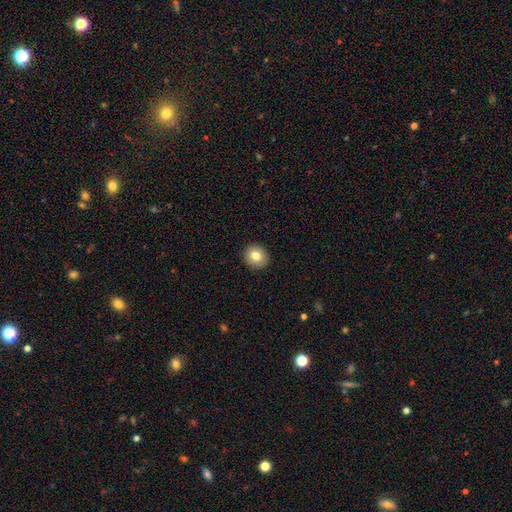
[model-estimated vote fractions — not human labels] A smooth galaxy with no disk features (81%) that is round (81%). Merging: none (91%).